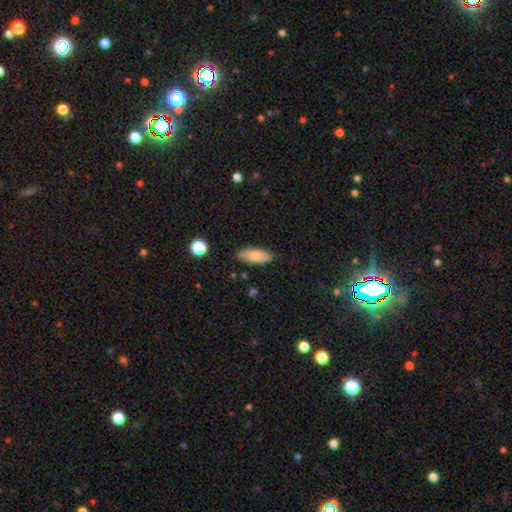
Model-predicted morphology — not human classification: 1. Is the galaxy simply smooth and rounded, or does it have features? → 80% smooth, 13% featured or disk, 7% star or artifact.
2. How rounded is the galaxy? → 77% in between, 21% cigar-shaped, 2% round.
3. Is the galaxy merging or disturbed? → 85% none, 12% minor disturbance, 2% major disturbance, 2% merger.